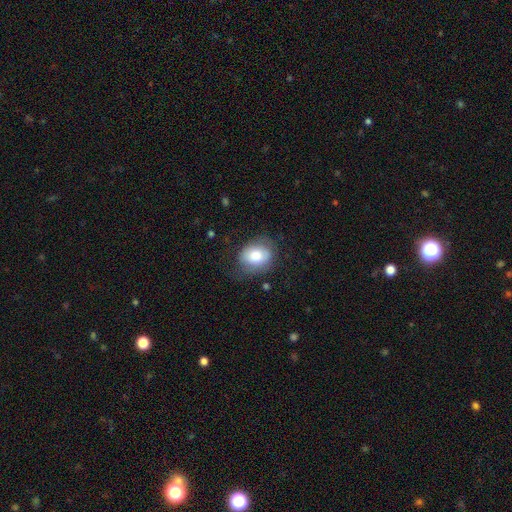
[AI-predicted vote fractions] smooth-or-featured: smooth: 74% | featured or disk: 18% | star or artifact: 8%
  how-rounded: in between: 53% | round: 46% | cigar-shaped: 1%
  merging: none: 68% | minor disturbance: 22% | major disturbance: 9% | merger: 1%